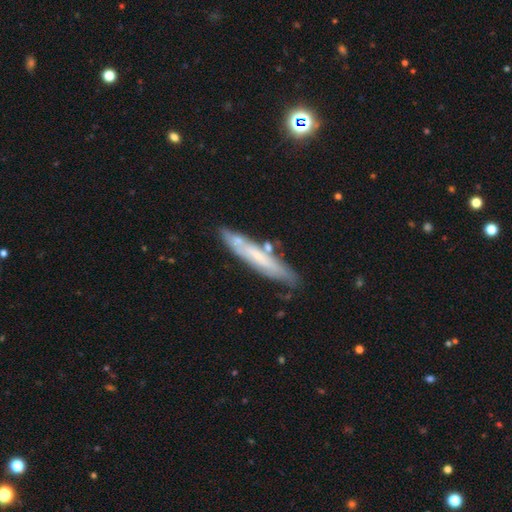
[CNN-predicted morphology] Smooth or featured?
  - featured or disk: 53% *
  - smooth: 38%
  - star or artifact: 9%
Edge-on disk?
  - yes: 70% *
  - no: 30%
Merging?
  - none: 76% *
  - minor disturbance: 16%
  - merger: 5%
  - major disturbance: 4%